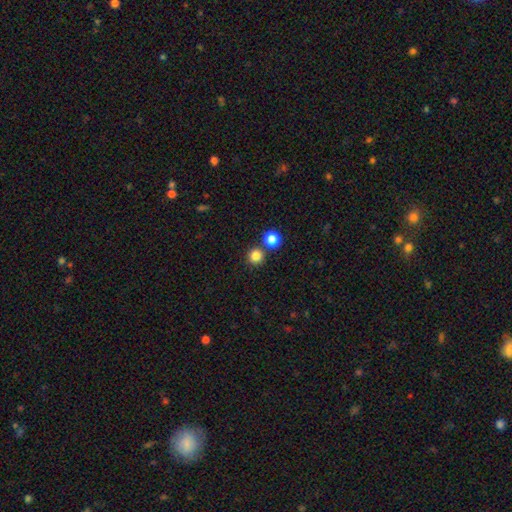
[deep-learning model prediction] smooth_or_featured: smooth (p=0.83) [alt: star or artifact p=0.13]
how_rounded: round (p=0.94) [alt: in between p=0.05]
merging: none (p=0.79) [alt: merger p=0.14]